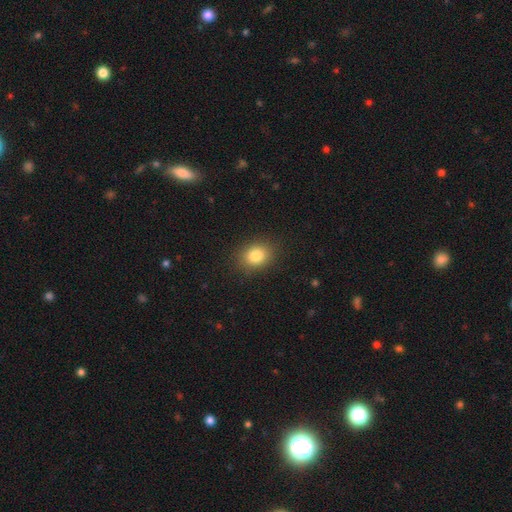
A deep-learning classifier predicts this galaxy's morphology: A smooth galaxy with no disk features (83%) that is in between round and cigar-shaped (54%).

Vote fractions:
- Smooth or featured? smooth: 83% / star or artifact: 10% / featured or disk: 7%
- How rounded? in between: 54% / round: 45% / cigar-shaped: 1%
- Merging? none: 88% / minor disturbance: 8% / major disturbance: 3% / merger: 1%